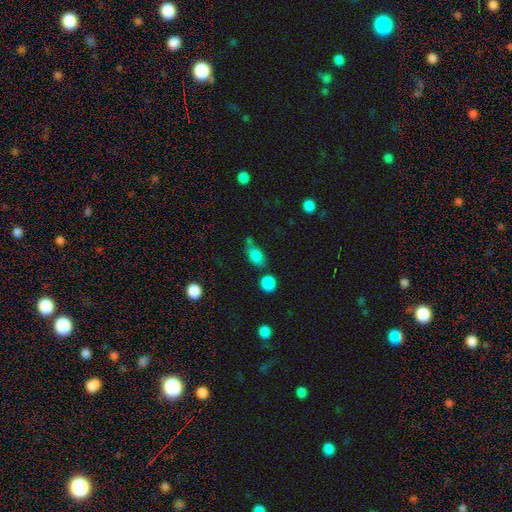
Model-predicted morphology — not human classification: Q: Smooth or featured?
A: smooth (82%); runner-up: star or artifact (10%)
Q: How rounded?
A: in between (81%); runner-up: round (14%)
Q: Merging?
A: none (48%); runner-up: minor disturbance (24%)